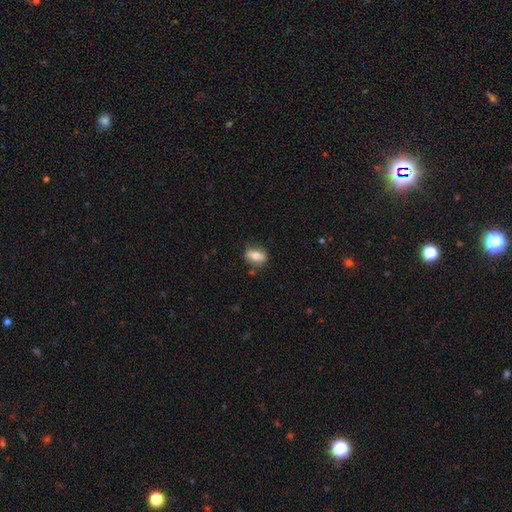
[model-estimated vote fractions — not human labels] Morphology: type=smooth (68%); roundness=in between (75%); merging=none (77%).